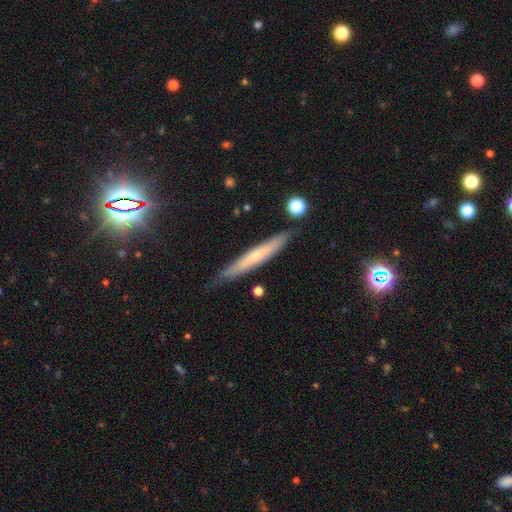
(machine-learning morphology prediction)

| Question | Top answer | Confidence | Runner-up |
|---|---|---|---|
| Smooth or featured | featured or disk | 49% | smooth (44%) |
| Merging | none | 83% | minor disturbance (13%) |